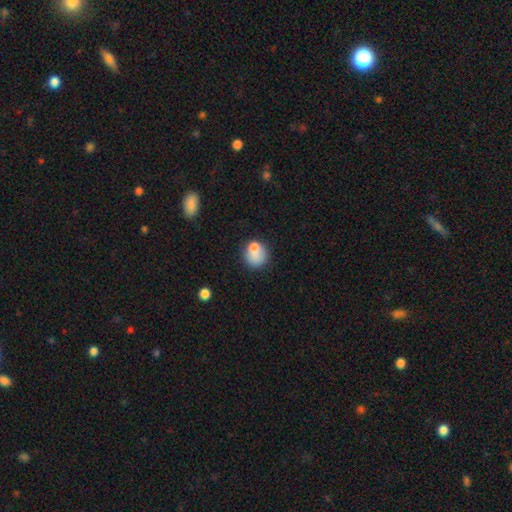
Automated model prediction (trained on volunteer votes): A smooth galaxy with no disk features (76%) that is round (73%).

Vote fractions:
- Smooth or featured? smooth: 76% / featured or disk: 14% / star or artifact: 10%
- How rounded? round: 73% / in between: 26% / cigar-shaped: 1%
- Merging? none: 48% / minor disturbance: 21% / merger: 20% / major disturbance: 10%